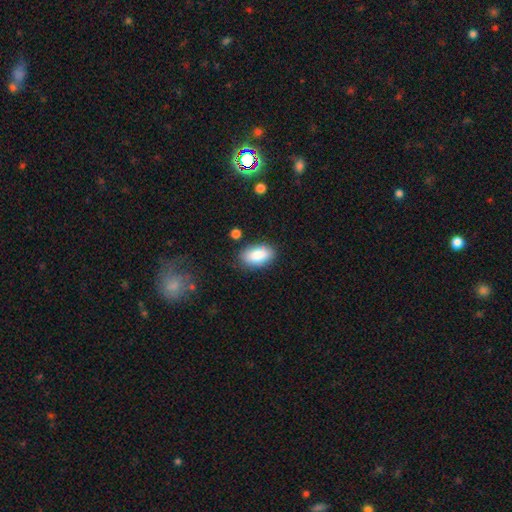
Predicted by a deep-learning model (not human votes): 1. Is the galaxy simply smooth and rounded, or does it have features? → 86% smooth, 7% featured or disk, 7% star or artifact.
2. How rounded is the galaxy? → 93% in between, 4% round, 3% cigar-shaped.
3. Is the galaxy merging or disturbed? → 82% none, 12% minor disturbance, 3% major disturbance, 3% merger.